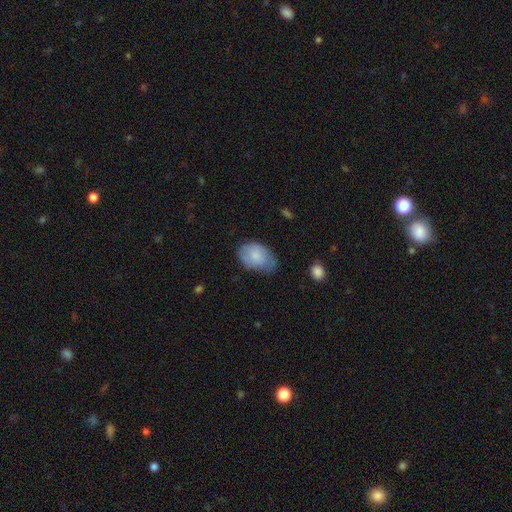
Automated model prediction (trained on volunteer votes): smooth 74%, featured or disk 19%, star or artifact 6%. Down the decision tree: how rounded — in between (86%); merging — none (51%).